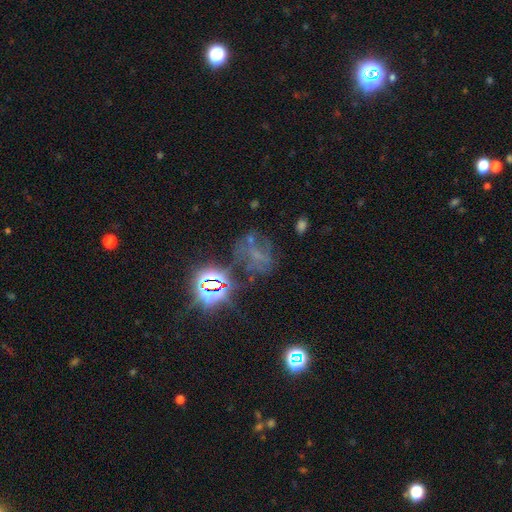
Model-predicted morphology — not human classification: This is possibly a star or artifact rather than a galaxy (47%).